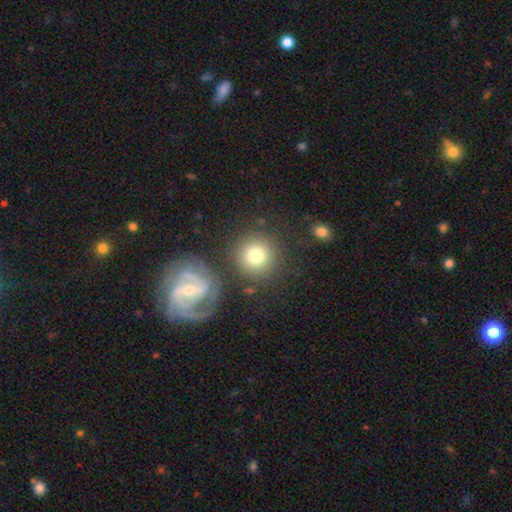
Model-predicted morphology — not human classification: Smooth or featured? smooth (77%)
How rounded? round (92%)
Merging? none (77%)